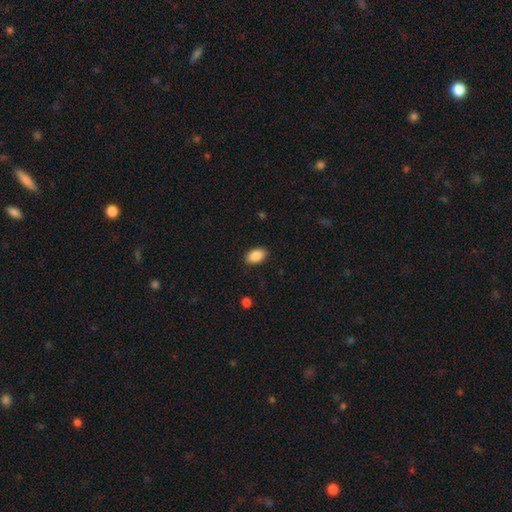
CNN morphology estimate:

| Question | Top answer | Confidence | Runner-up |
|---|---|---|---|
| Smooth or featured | smooth | 89% | star or artifact (7%) |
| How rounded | in between | 92% | round (6%) |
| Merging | none | 89% | minor disturbance (8%) |